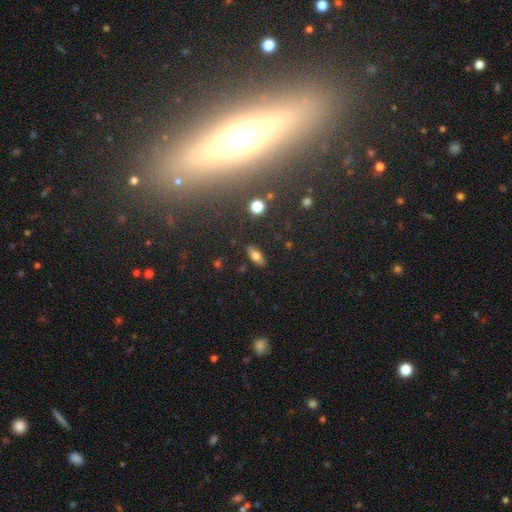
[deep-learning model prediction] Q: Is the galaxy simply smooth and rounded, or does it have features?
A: smooth — 71%.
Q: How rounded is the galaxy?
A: in between — 84%.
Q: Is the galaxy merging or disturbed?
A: none — 87%.